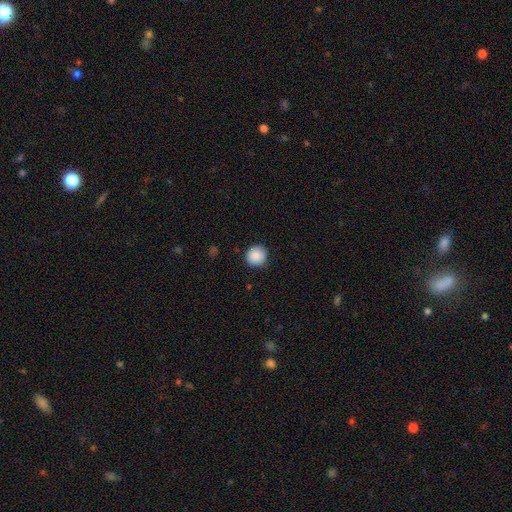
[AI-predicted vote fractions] smooth 88%, star or artifact 8%, featured or disk 4%. Down the decision tree: how rounded — round (94%); merging — none (89%).